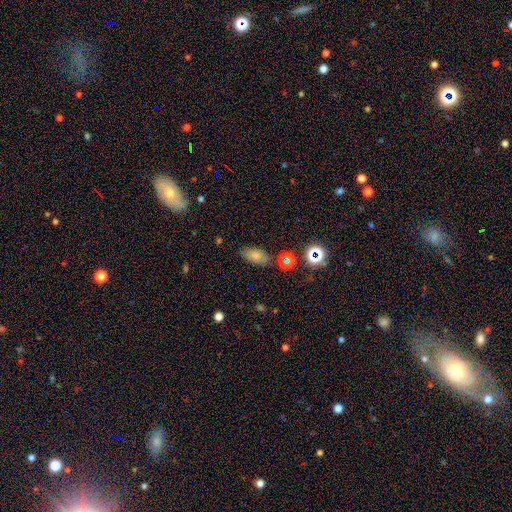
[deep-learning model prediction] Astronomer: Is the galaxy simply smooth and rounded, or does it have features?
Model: smooth — 69%.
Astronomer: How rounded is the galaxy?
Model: in between — 89%.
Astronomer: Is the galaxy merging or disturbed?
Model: none — 76%.